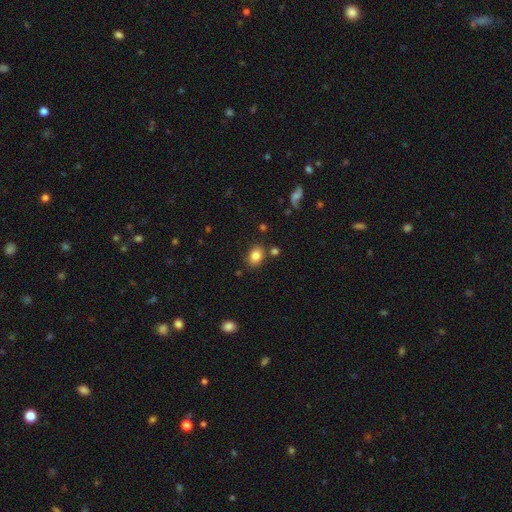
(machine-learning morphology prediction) Smooth or featured?
  - smooth: 84% *
  - star or artifact: 9%
  - featured or disk: 7%
How rounded?
  - in between: 69% *
  - round: 30%
  - cigar-shaped: 1%
Merging?
  - none: 80% *
  - minor disturbance: 11%
  - merger: 5%
  - major disturbance: 3%